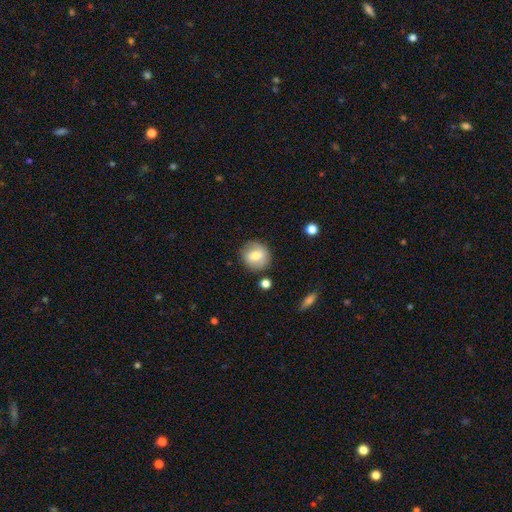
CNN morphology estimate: Overall: smooth (69%). How rounded: round (88%). Merging: none (81%).